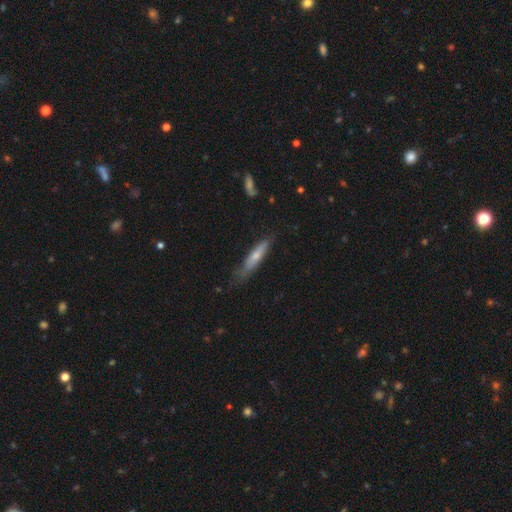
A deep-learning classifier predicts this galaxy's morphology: Q: Smooth or featured?
A: smooth (57%); runner-up: featured or disk (37%)
Q: How rounded?
A: cigar-shaped (86%); runner-up: in between (13%)
Q: Merging?
A: none (65%); runner-up: minor disturbance (27%)